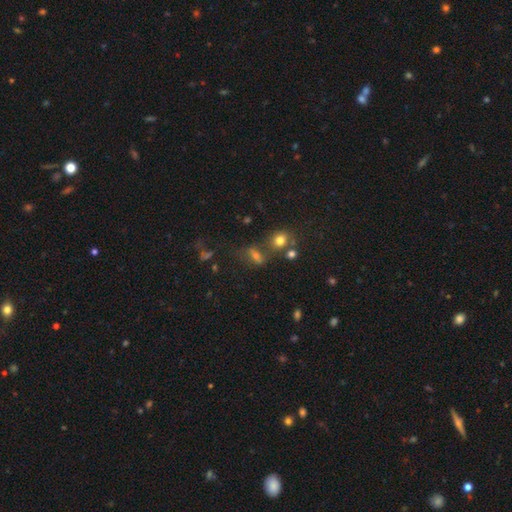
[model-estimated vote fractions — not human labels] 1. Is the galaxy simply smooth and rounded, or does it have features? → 56% smooth, 28% star or artifact, 16% featured or disk.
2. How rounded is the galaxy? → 58% in between, 33% round, 9% cigar-shaped.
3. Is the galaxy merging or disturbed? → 49% none, 26% merger, 15% minor disturbance, 11% major disturbance.